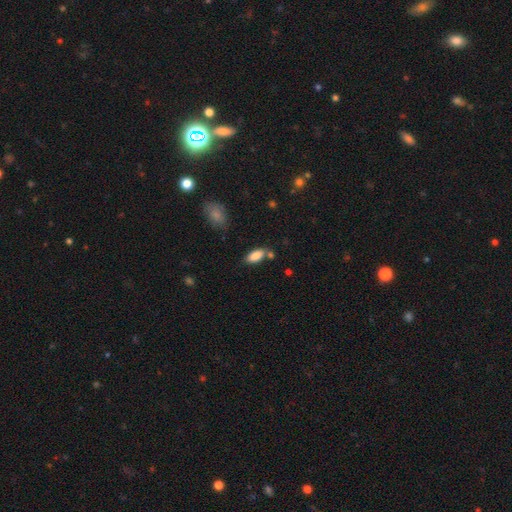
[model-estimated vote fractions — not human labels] A smooth galaxy with no disk features (87%) that is in between round and cigar-shaped (89%). Merging: none (69%).